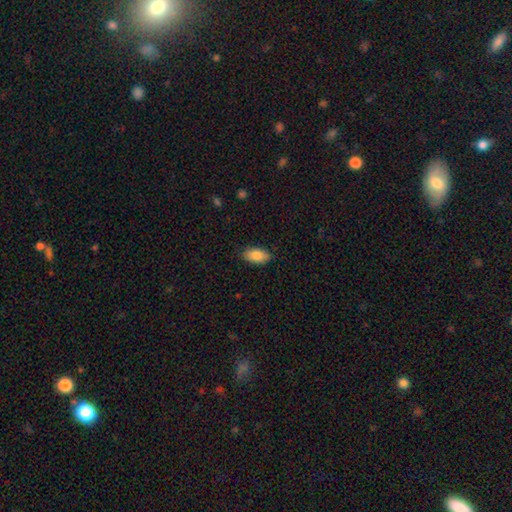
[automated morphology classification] Smooth or featured? Predicted: smooth (p=0.86). How rounded? Predicted: in between (p=0.92). Merging? Predicted: none (p=0.85).